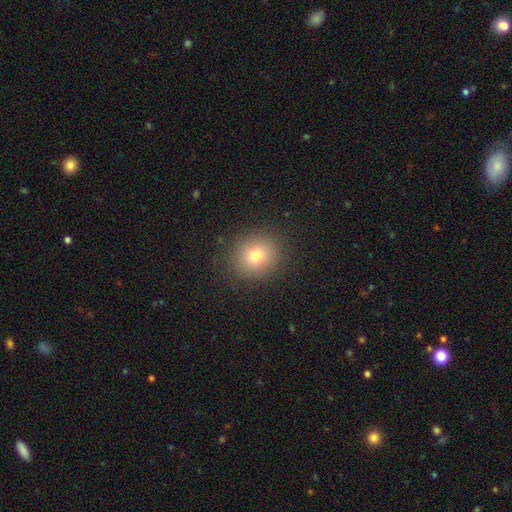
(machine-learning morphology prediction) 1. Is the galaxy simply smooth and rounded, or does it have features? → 76% smooth, 13% star or artifact, 11% featured or disk.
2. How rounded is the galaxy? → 79% round, 20% in between, 1% cigar-shaped.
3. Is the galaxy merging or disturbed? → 88% none, 8% minor disturbance, 3% major disturbance, 1% merger.